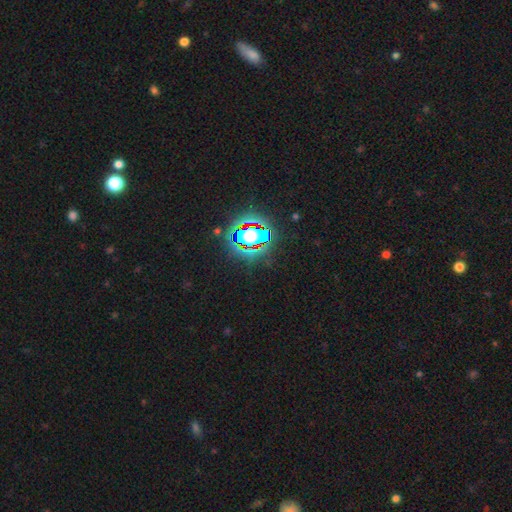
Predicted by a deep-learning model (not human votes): This is clearly a star or artifact rather than a galaxy (84%).